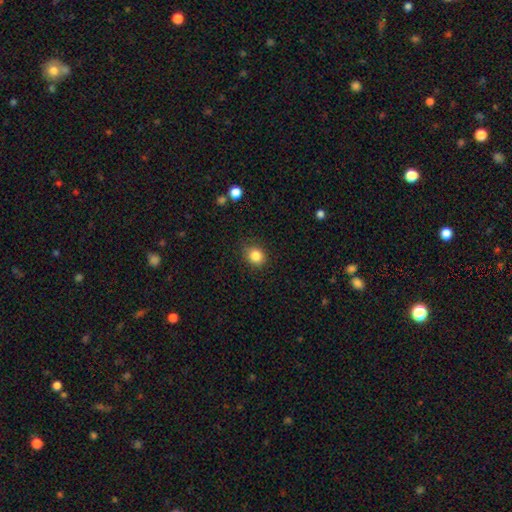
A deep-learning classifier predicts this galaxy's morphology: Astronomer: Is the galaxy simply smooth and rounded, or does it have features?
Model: smooth — 85%.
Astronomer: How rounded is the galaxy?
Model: round — 69%.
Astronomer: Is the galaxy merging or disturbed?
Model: none — 82%.